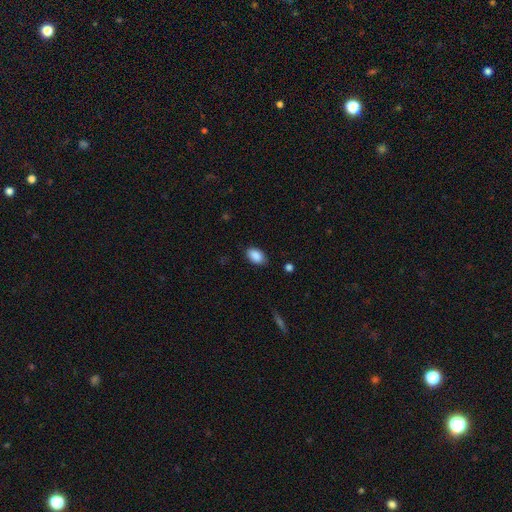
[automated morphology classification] smooth_or_featured: smooth (p=0.89) [alt: star or artifact p=0.07]
how_rounded: in between (p=0.90) [alt: round p=0.09]
merging: none (p=0.83) [alt: minor disturbance p=0.13]